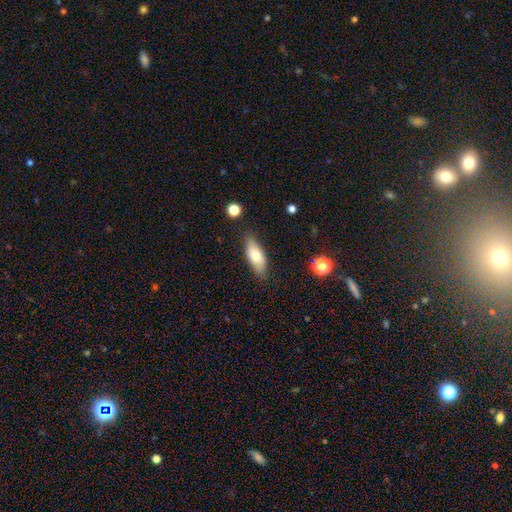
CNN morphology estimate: Smooth or featured: smooth — 72% (featured or disk — 21%)
How rounded: in between — 77% (cigar-shaped — 21%)
Merging: none — 80% (minor disturbance — 15%)